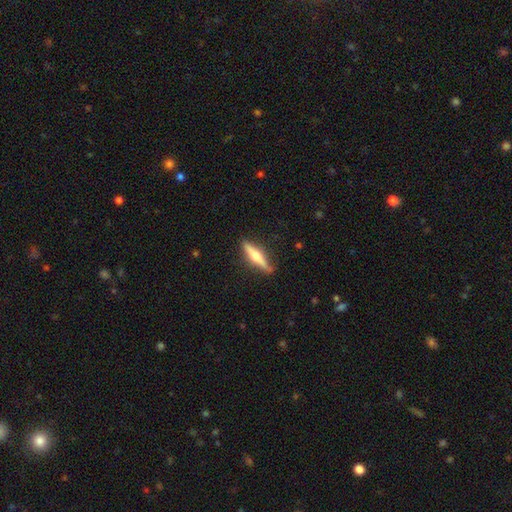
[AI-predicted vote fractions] Morphology: type=featured or disk (63%); edge-on=yes (97%); edge-on bulge=rounded (91%); merging=none (87%).